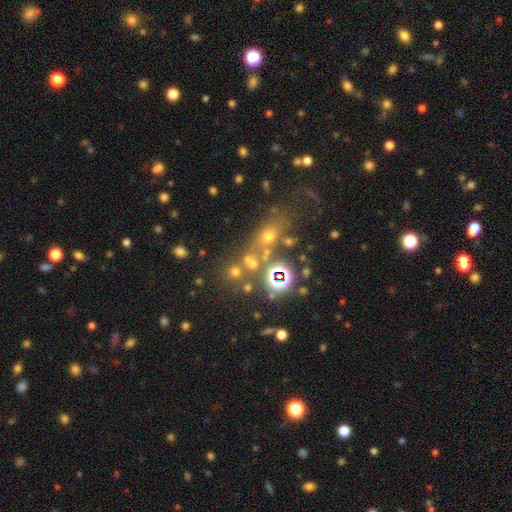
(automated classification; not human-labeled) Smooth or featured? star or artifact (57%)